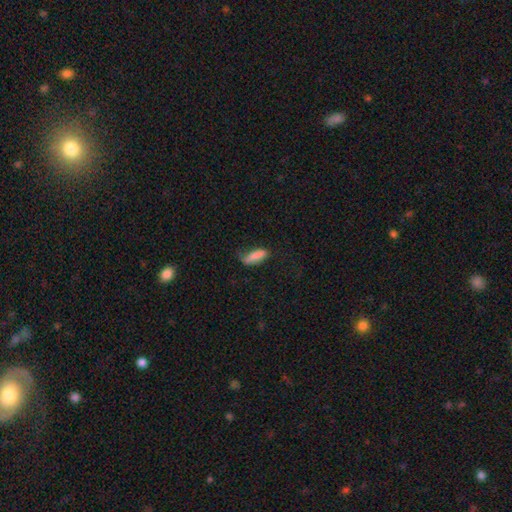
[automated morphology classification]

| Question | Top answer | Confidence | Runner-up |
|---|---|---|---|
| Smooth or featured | smooth | 80% | featured or disk (13%) |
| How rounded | in between | 52% | cigar-shaped (46%) |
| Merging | none | 44% | minor disturbance (34%) |